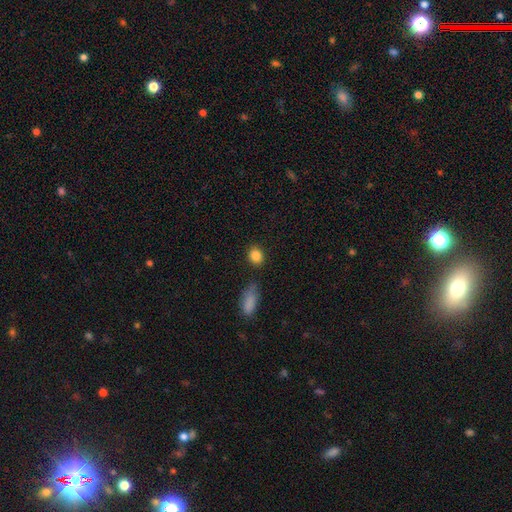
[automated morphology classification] A smooth galaxy with no disk features (85%) that is round (60%). Merging: none (82%).